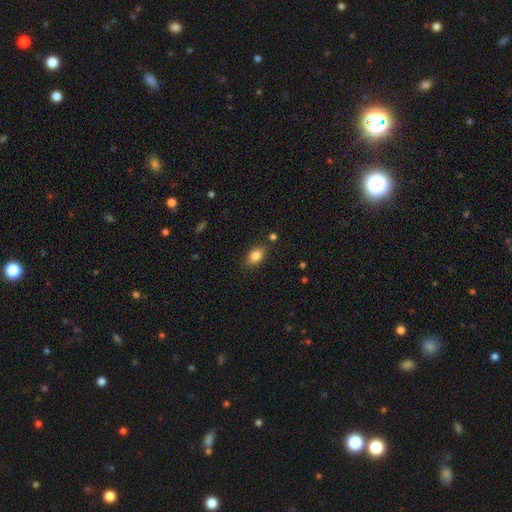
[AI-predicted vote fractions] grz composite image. It shows a smooth galaxy with no disk features (83%) that is in between round and cigar-shaped (83%). Merging: none (82%).